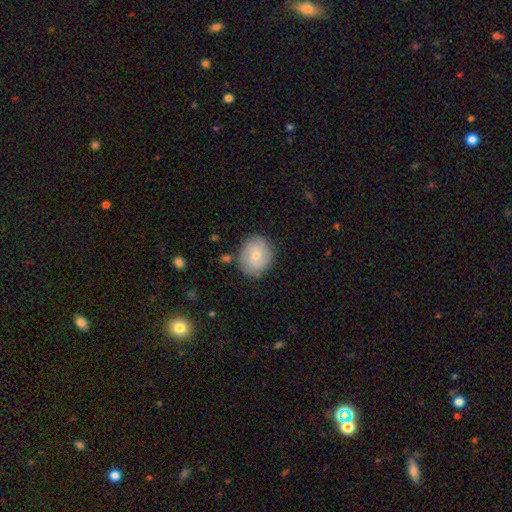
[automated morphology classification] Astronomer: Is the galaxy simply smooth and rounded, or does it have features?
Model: smooth — 58% (runner-up: featured or disk, 36%).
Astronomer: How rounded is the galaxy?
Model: round — 64%.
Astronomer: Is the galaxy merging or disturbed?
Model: none — 80%.